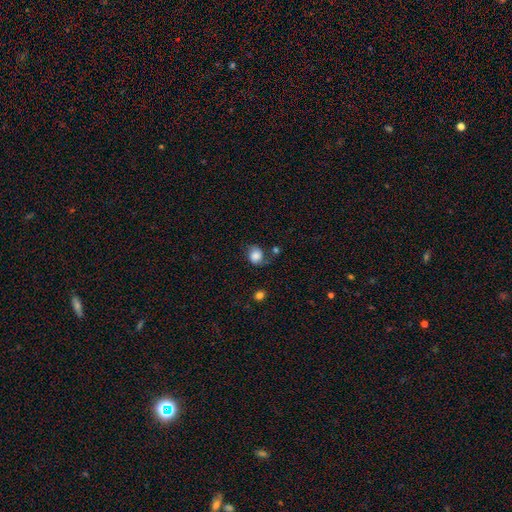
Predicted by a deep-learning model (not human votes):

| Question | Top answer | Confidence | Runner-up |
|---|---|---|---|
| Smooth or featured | smooth | 76% | featured or disk (14%) |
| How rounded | round | 67% | in between (33%) |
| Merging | none | 52% | minor disturbance (28%) |